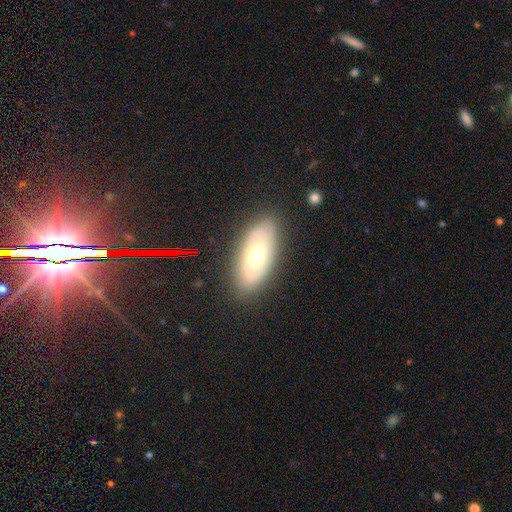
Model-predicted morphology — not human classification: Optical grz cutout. It shows a featured or disk galaxy (51%). Merging: none (83%).